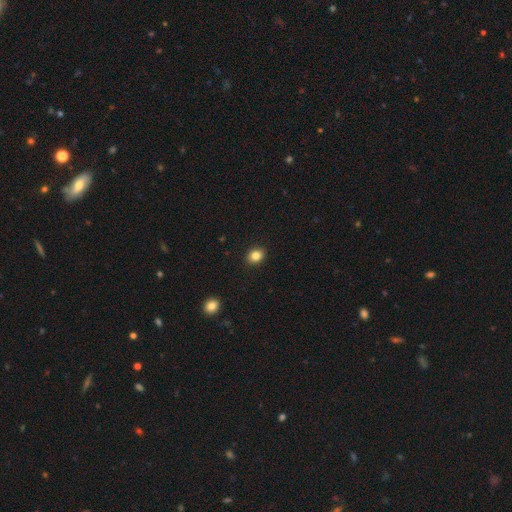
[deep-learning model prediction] smooth-or-featured: smooth: 84% | star or artifact: 10% | featured or disk: 5%
  how-rounded: round: 53% | in between: 46% | cigar-shaped: 1%
  merging: none: 91% | minor disturbance: 7% | major disturbance: 2% | merger: 1%